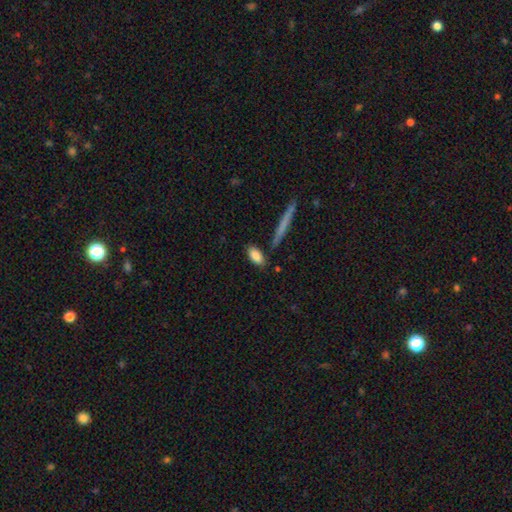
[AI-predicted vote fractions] A smooth galaxy with no disk features (84%) that is in between round and cigar-shaped (86%). Merging: none (79%).